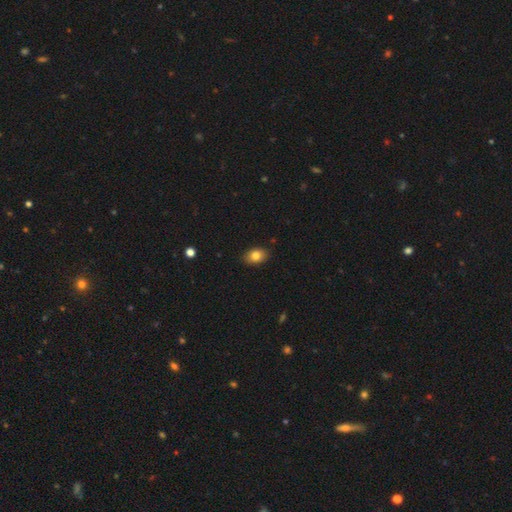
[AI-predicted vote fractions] Q: Smooth or featured?
A: smooth (82%); runner-up: star or artifact (9%)
Q: How rounded?
A: in between (80%); runner-up: round (18%)
Q: Merging?
A: none (87%); runner-up: minor disturbance (10%)